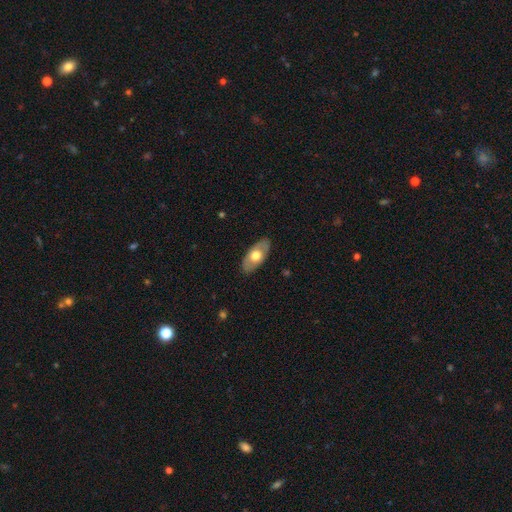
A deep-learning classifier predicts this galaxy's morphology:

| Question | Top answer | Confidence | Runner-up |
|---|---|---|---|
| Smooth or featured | smooth | 55% | featured or disk (40%) |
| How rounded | in between | 91% | cigar-shaped (5%) |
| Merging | none | 85% | minor disturbance (11%) |